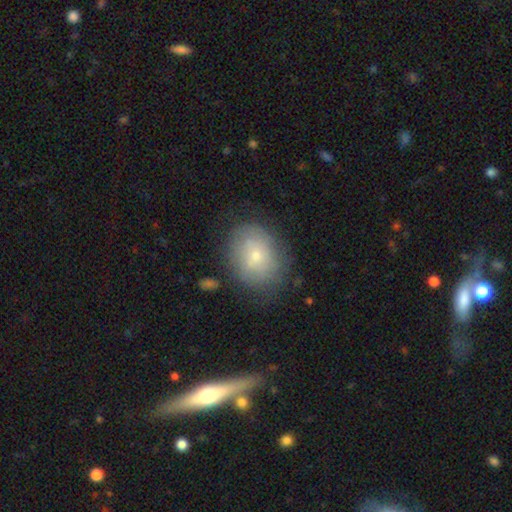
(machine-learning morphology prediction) Smooth or featured?
  - smooth: 63% *
  - featured or disk: 28%
  - star or artifact: 9%
How rounded?
  - round: 54% *
  - in between: 45%
  - cigar-shaped: 1%
Merging?
  - none: 72% *
  - minor disturbance: 18%
  - major disturbance: 7%
  - merger: 2%